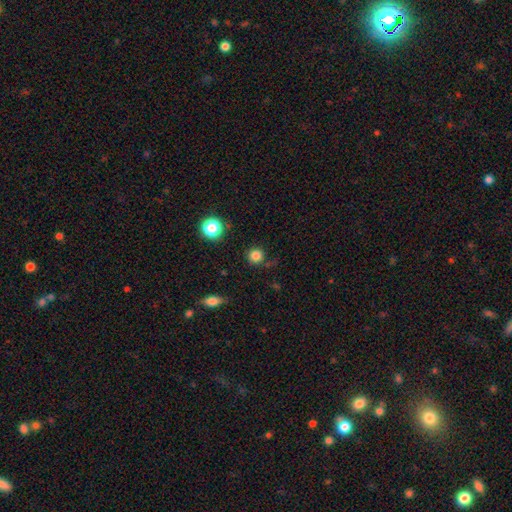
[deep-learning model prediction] A smooth galaxy with no disk features (82%) that is round (93%). Merging: none (82%).